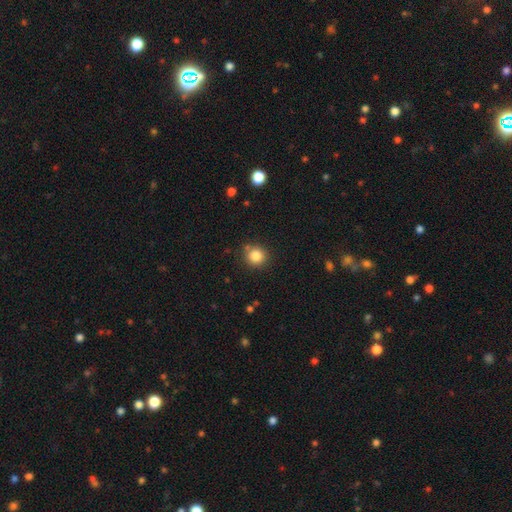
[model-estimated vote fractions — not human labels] smooth_or_featured: smooth (p=0.84) [alt: star or artifact p=0.11]
how_rounded: round (p=0.91) [alt: in between p=0.08]
merging: none (p=0.83) [alt: minor disturbance p=0.10]